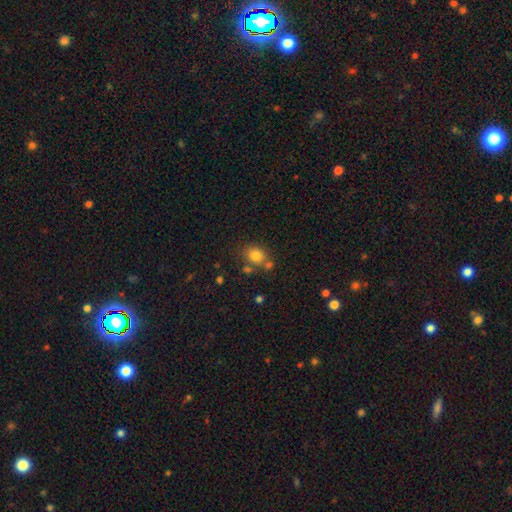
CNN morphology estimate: A smooth galaxy with no disk features (80%) that is round (63%). Merging: none (65%).